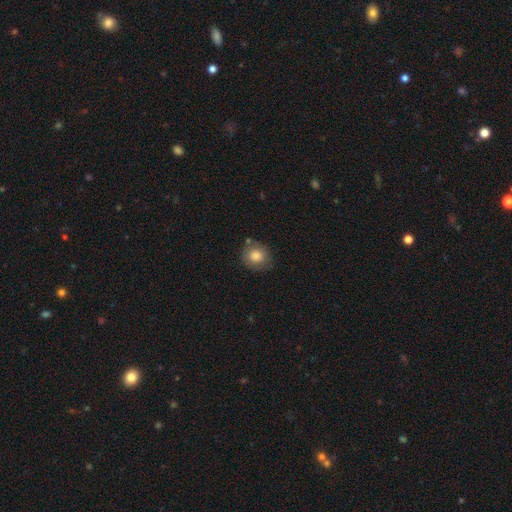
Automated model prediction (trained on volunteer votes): The model was most divided on "merging": none: 74%, minor disturbance: 18%, major disturbance: 4%, merger: 4%. More confident: smooth or featured — smooth (81%); how rounded — round (80%).